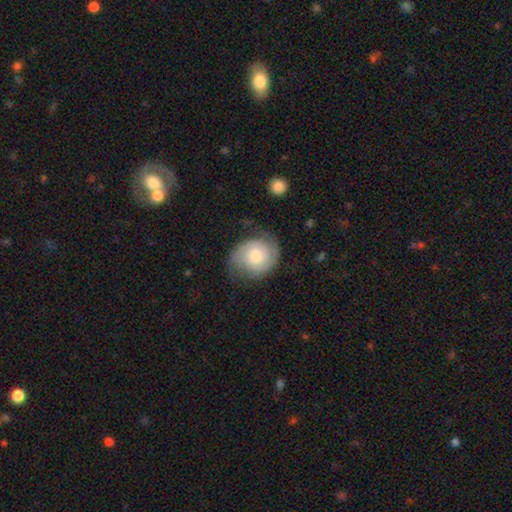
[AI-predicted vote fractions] Smooth or featured? Predicted: featured or disk (p=0.71). Edge-on disk? Predicted: no (p=0.98). Bar? Predicted: no (p=0.67). Spiral arms? Predicted: yes (p=0.93). Spiral winding? Predicted: tight (p=0.56). Spiral arm count? Predicted: 2 (p=0.74). Bulge size? Predicted: moderate (p=0.60). Merging? Predicted: none (p=0.67).